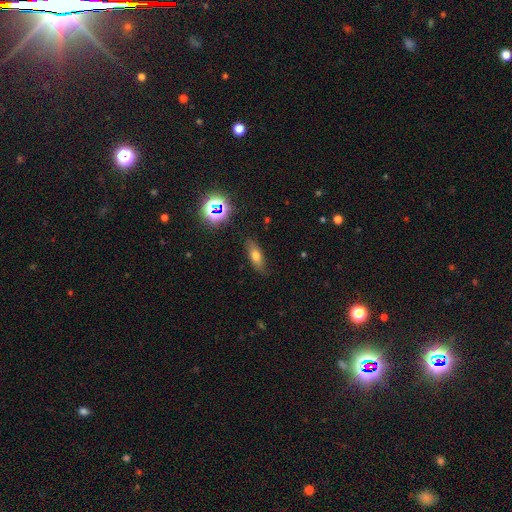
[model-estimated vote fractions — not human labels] Overall: smooth (67%). How rounded: in between (64%; cigar-shaped 30%). Merging: none (82%).